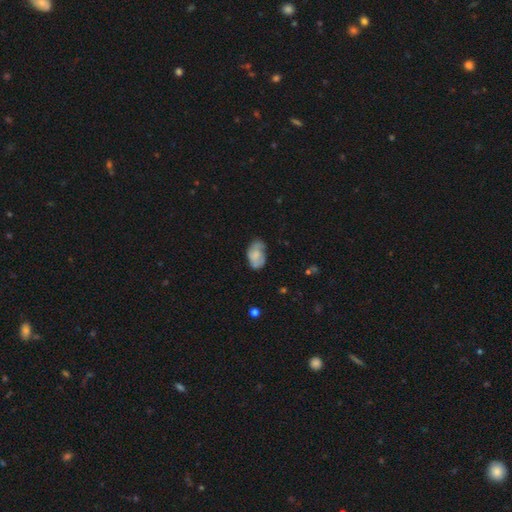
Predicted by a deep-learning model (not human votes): Smooth or featured? Predicted: smooth (p=0.59). How rounded? Predicted: in between (p=0.91). Merging? Predicted: none (p=0.59).